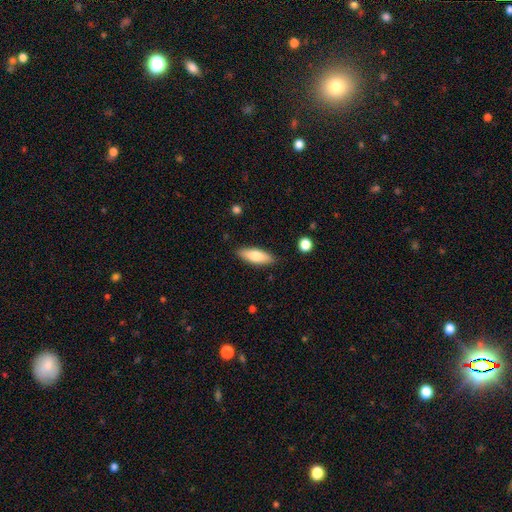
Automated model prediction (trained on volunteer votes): Smooth or featured?
  - smooth: 74% *
  - featured or disk: 20%
  - star or artifact: 6%
How rounded?
  - in between: 61% *
  - cigar-shaped: 37%
  - round: 2%
Merging?
  - none: 87% *
  - minor disturbance: 10%
  - major disturbance: 2%
  - merger: 1%